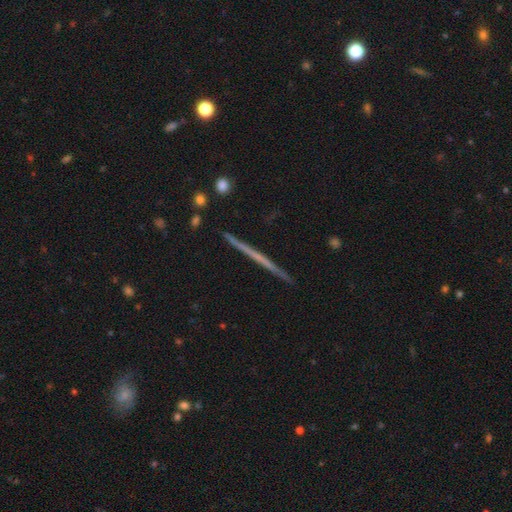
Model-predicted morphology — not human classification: featured or disk 67%, smooth 26%, star or artifact 6%. Down the decision tree: edge-on disk — yes (98%); edge-on bulge — none (80%); merging — none (92%).